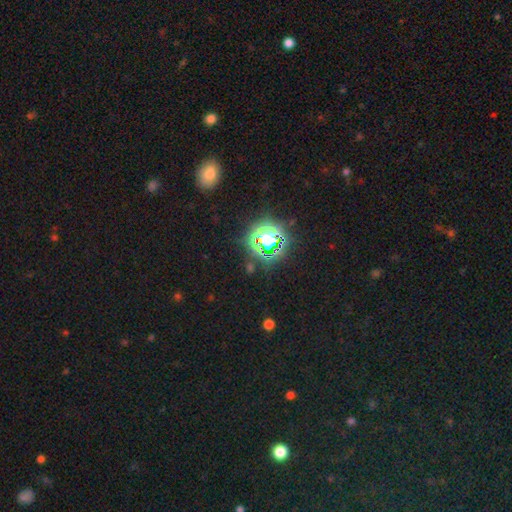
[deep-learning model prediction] This is likely a star or artifact rather than a galaxy (76%).